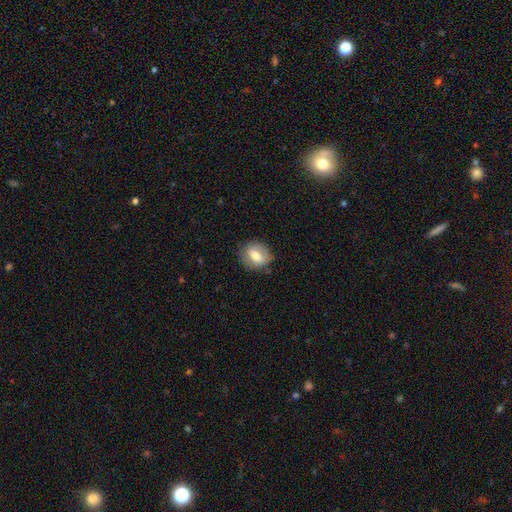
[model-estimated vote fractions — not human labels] Smooth or featured: smooth — 65% (featured or disk — 27%)
How rounded: round — 49% (tied with in between — 49%)
Merging: none — 75% (minor disturbance — 18%)